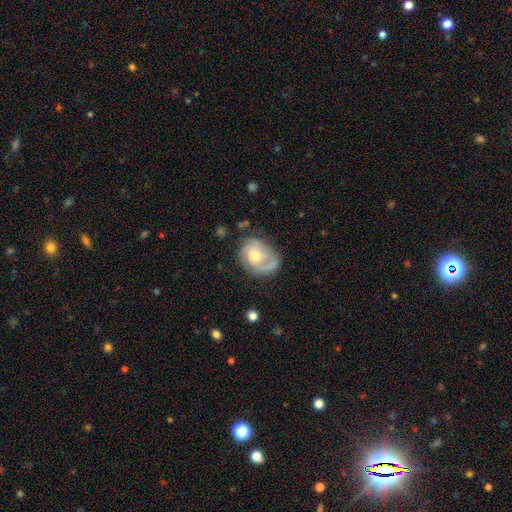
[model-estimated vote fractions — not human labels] The model was most divided on "spiral winding" (2-way tie): tight: 41%, medium: 41%, loose: 18%. Remaining: edge-on disk — no (97%); spiral arms — yes (90%); smooth or featured — featured or disk (73%); bar — no (69%); merging — none (60%); bulge size — moderate (57%); spiral arm count — 2 (42%).